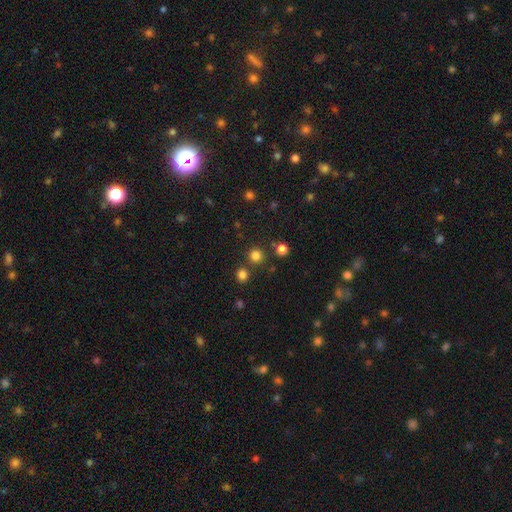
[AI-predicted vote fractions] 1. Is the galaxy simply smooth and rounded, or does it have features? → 78% smooth, 18% star or artifact, 4% featured or disk.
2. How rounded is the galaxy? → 94% round, 5% in between, 1% cigar-shaped.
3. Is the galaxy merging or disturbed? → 81% none, 10% merger, 6% minor disturbance, 3% major disturbance.